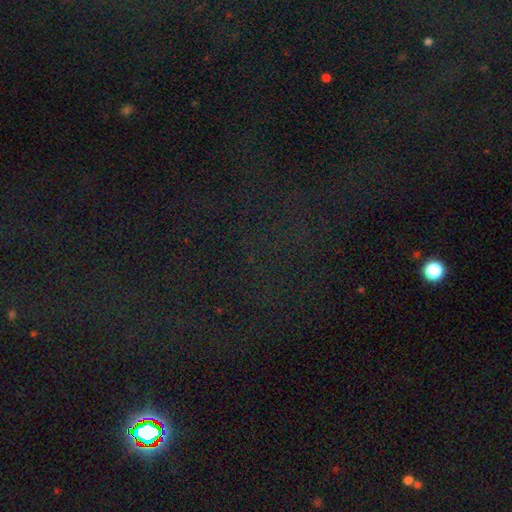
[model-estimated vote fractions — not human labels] Morphology: type=star or artifact (78%).